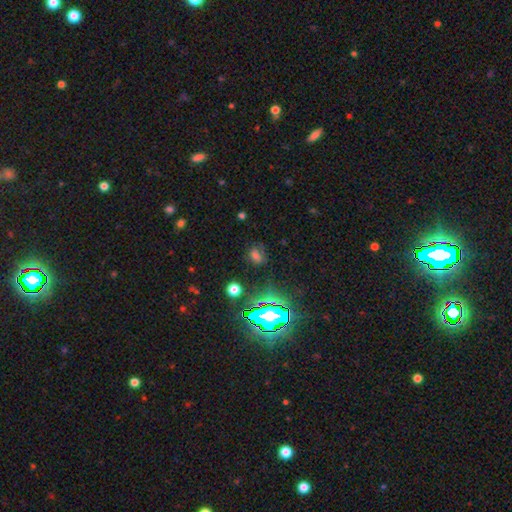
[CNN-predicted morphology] smooth-or-featured: smooth: 50% | star or artifact: 38% | featured or disk: 12%
  how-rounded: in between: 62% | round: 35% | cigar-shaped: 3%
  merging: none: 72% | minor disturbance: 16% | major disturbance: 8% | merger: 4%